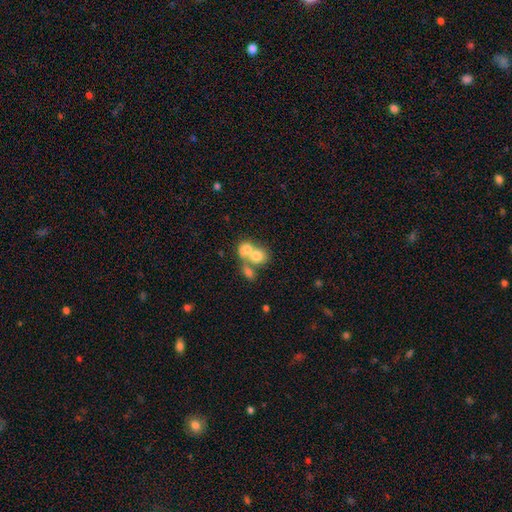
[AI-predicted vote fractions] A smooth galaxy with no disk features (69%) that is round (60%). Merging: merger (67%).